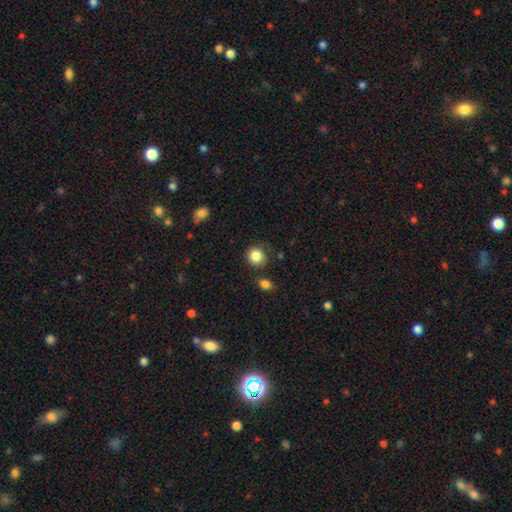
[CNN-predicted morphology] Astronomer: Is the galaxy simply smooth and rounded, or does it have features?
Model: smooth — 86%.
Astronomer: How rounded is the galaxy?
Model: round — 85%.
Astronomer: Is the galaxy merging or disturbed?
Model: none — 79%.